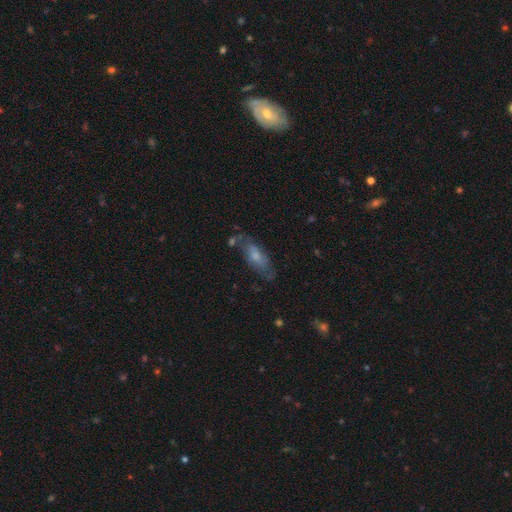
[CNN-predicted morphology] type=smooth (53%); roundness=in between (67%); merging=none (58%).